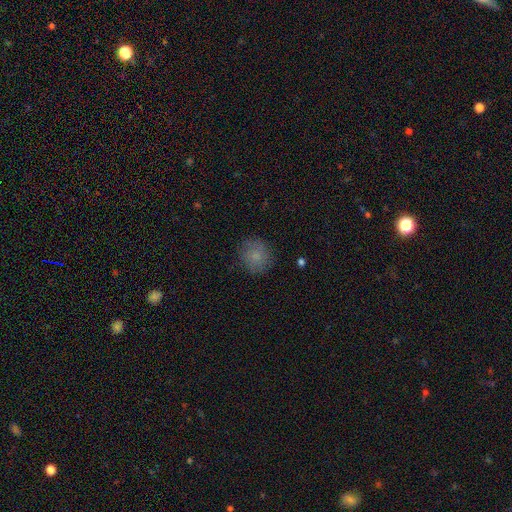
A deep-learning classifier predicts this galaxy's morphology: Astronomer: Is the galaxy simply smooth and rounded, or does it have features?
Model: smooth — 81%.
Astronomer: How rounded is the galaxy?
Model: round — 87%.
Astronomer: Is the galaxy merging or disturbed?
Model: none — 82%.